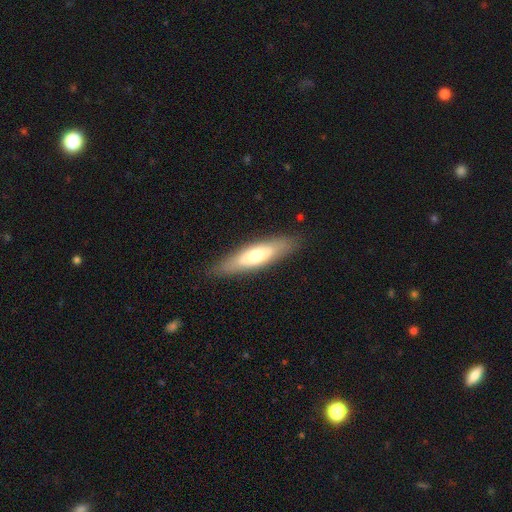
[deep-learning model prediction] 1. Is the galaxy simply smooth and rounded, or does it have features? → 54% smooth, 40% featured or disk, 6% star or artifact.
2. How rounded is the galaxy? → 58% cigar-shaped, 40% in between, 2% round.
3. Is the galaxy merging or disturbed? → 85% none, 11% minor disturbance, 3% major disturbance, 1% merger.